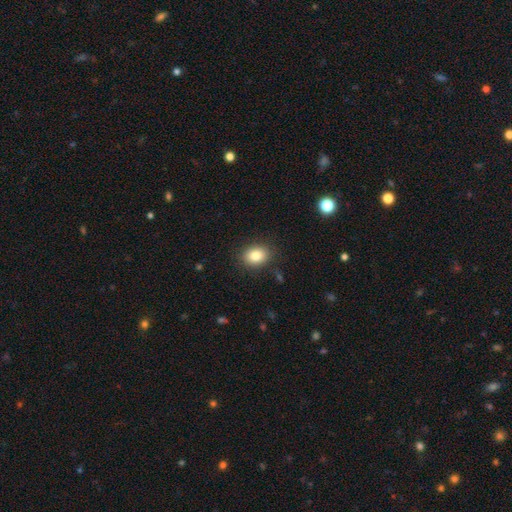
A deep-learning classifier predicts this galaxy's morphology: Q: Smooth or featured?
A: smooth (83%); runner-up: star or artifact (10%)
Q: How rounded?
A: in between (55%); runner-up: round (44%)
Q: Merging?
A: none (87%); runner-up: minor disturbance (9%)